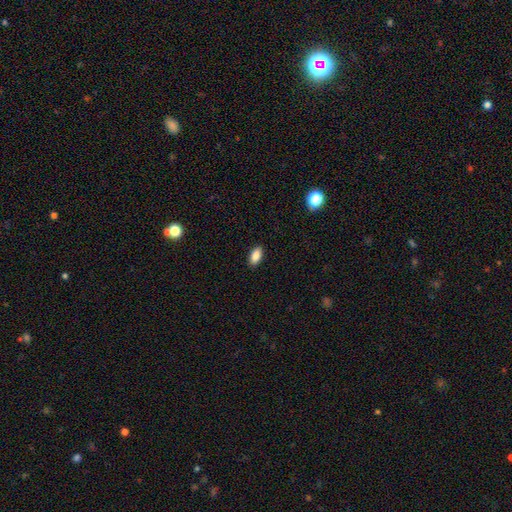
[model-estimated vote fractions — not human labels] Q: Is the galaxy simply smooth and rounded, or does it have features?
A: smooth — 87%.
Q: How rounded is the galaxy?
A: in between — 92%.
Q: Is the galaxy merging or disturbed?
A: none — 90%.